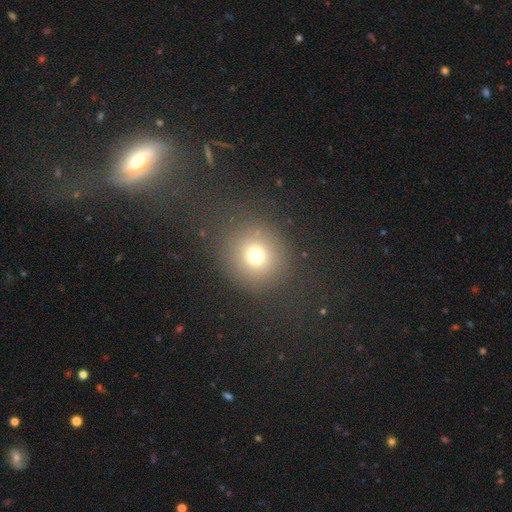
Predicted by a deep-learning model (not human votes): A smooth galaxy with no disk features (72%) that is round (90%). Merging: none (83%).